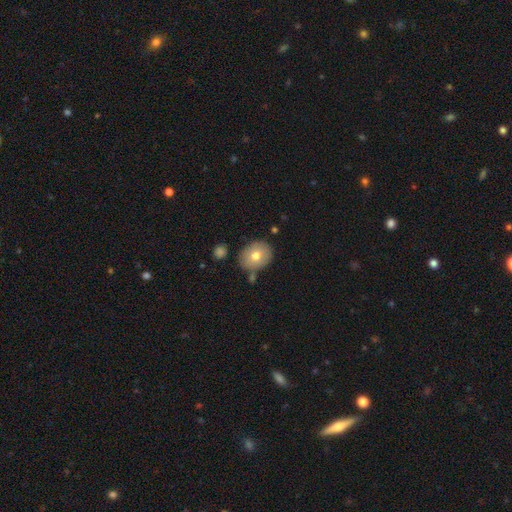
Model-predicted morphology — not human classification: Q: Smooth or featured?
A: smooth (71%); runner-up: featured or disk (21%)
Q: How rounded?
A: round (57%); runner-up: in between (42%)
Q: Merging?
A: none (77%); runner-up: minor disturbance (13%)